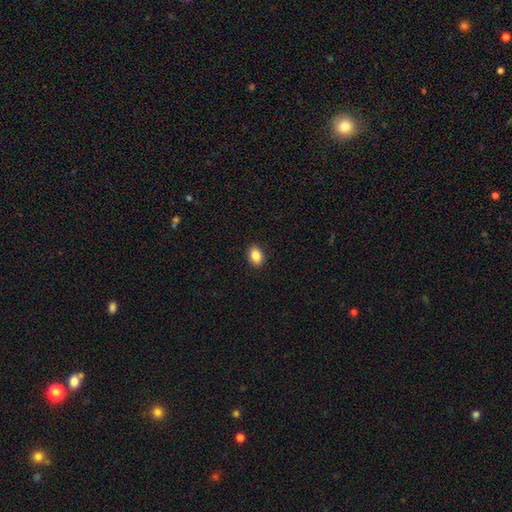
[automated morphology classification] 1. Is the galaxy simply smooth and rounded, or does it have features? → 86% smooth, 8% star or artifact, 5% featured or disk.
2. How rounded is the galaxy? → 77% in between, 22% round, 1% cigar-shaped.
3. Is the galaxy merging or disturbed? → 91% none, 7% minor disturbance, 2% major disturbance, 1% merger.